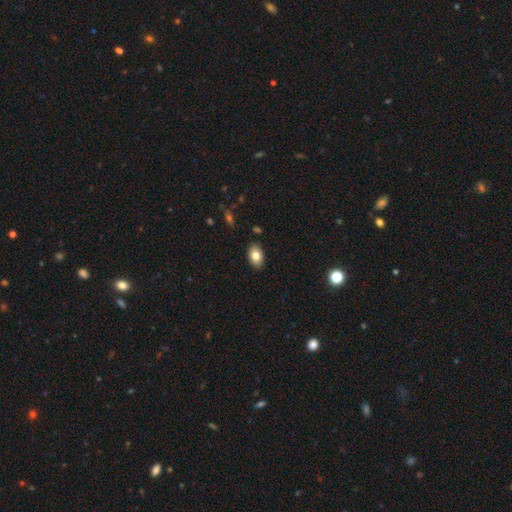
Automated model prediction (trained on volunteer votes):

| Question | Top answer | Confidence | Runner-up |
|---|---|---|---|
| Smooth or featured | smooth | 80% | featured or disk (12%) |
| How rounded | in between | 88% | round (11%) |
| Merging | none | 87% | minor disturbance (9%) |